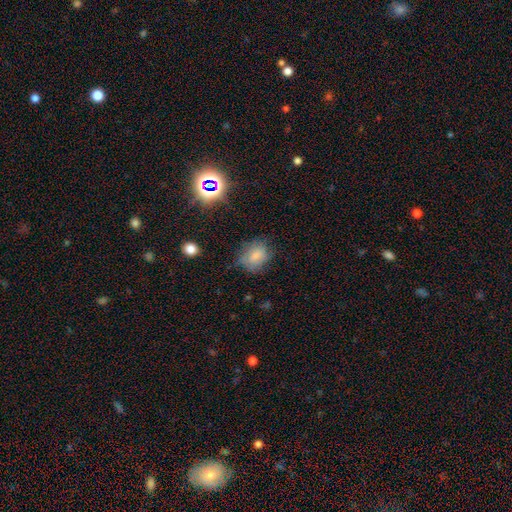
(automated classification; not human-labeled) Q: Smooth or featured?
A: smooth (74%); runner-up: featured or disk (13%)
Q: How rounded?
A: in between (56%); runner-up: round (42%)
Q: Merging?
A: none (58%); runner-up: minor disturbance (29%)